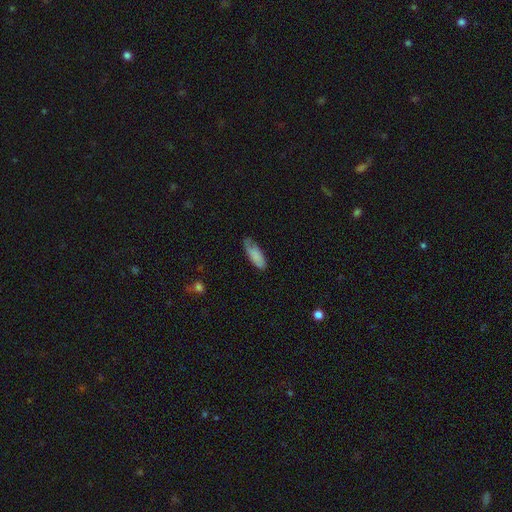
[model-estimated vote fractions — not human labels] A smooth galaxy with no disk features (79%) that is in between round and cigar-shaped (71%).

Vote fractions:
- Smooth or featured? smooth: 79% / featured or disk: 14% / star or artifact: 6%
- How rounded? in between: 71% / cigar-shaped: 27% / round: 2%
- Merging? none: 59% / minor disturbance: 32% / major disturbance: 8% / merger: 2%